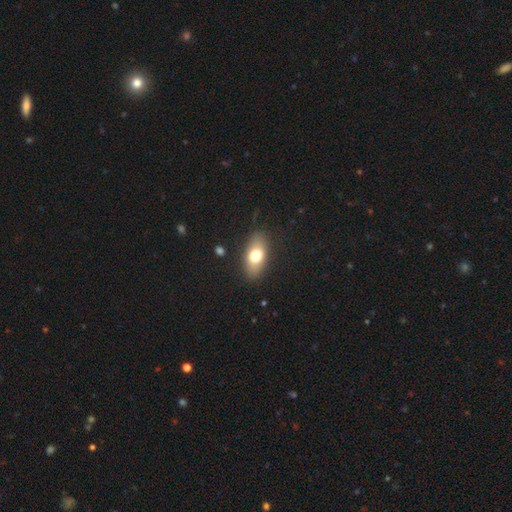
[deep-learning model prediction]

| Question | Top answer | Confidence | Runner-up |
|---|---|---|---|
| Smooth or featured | smooth | 72% | featured or disk (21%) |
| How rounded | in between | 87% | round (7%) |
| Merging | none | 86% | minor disturbance (10%) |